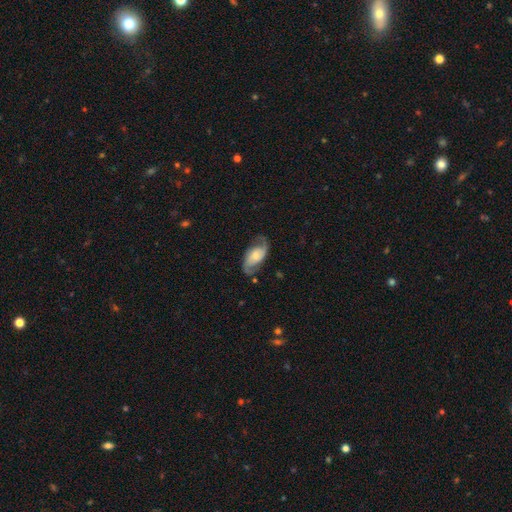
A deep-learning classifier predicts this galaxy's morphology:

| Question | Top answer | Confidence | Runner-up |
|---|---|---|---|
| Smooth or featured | featured or disk | 76% | smooth (18%) |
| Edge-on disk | no | 96% | yes (4%) |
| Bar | no | 57% | weak (33%) |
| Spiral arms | yes | 94% | no (6%) |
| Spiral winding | medium | 42% | loose (41%) |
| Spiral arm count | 2 | 90% | can't tell (4%) |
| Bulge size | small | 40% | moderate (37%) |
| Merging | none | 72% | minor disturbance (17%) |